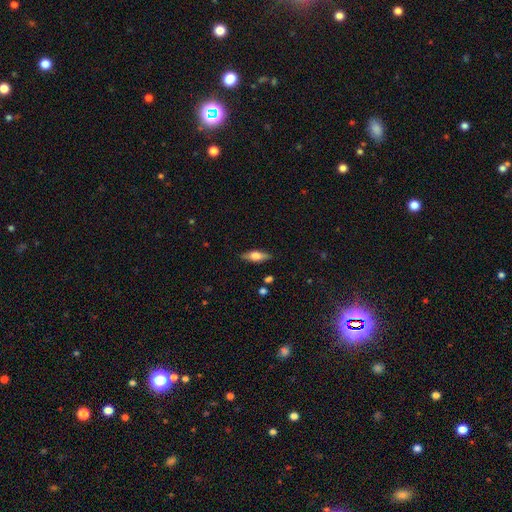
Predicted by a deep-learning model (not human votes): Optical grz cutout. It shows a smooth galaxy with no disk features (51%) that is in between round and cigar-shaped (57%). Merging: none (85%).